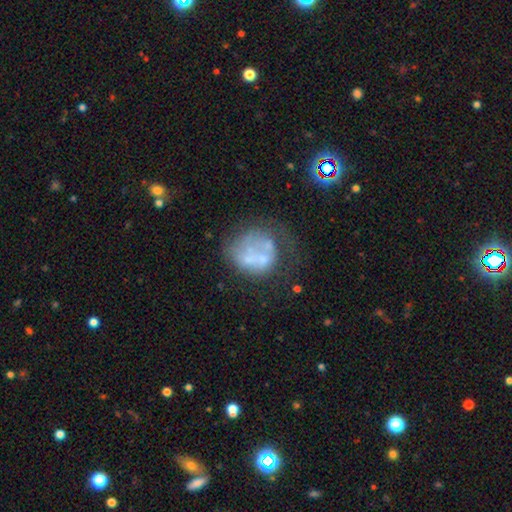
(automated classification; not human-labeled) smooth_or_featured: featured or disk (p=0.52) [alt: smooth p=0.36]
disk_edge_on: no (p=0.98) [alt: yes p=0.02]
bar: no (p=0.89) [alt: weak p=0.08]
has_spiral_arms: no (p=0.89) [alt: yes p=0.11]
bulge_size: none (p=0.62) [alt: small p=0.19]
merging: none (p=0.34) [alt: major disturbance p=0.29]